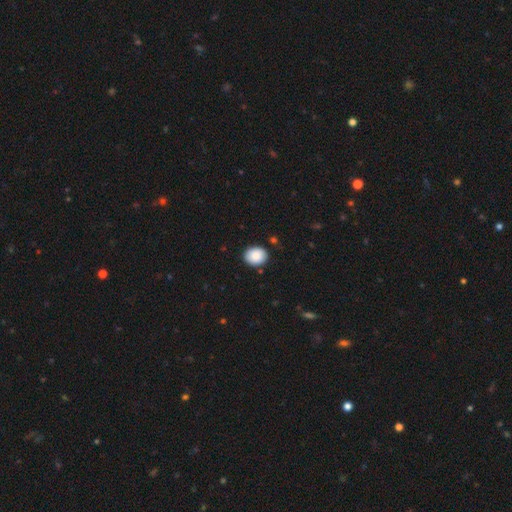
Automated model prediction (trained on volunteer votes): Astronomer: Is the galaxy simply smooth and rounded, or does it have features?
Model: smooth — 89%.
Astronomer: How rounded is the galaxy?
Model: round — 56% (runner-up: in between, 43%).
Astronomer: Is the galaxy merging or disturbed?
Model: none — 88%.